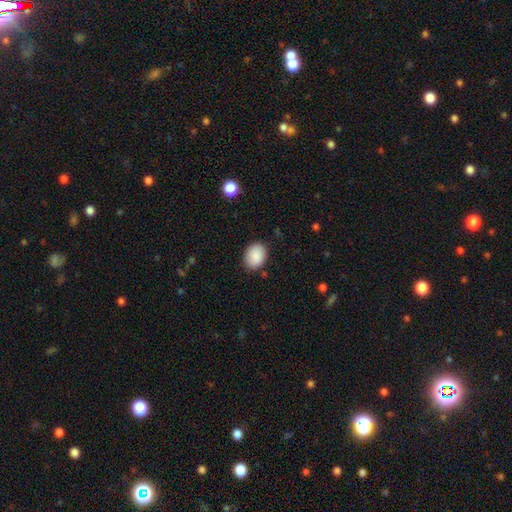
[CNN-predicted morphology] This appears to be a smooth galaxy with no disk features (89%) that is in between round and cigar-shaped (64%). Merging: none (85%).